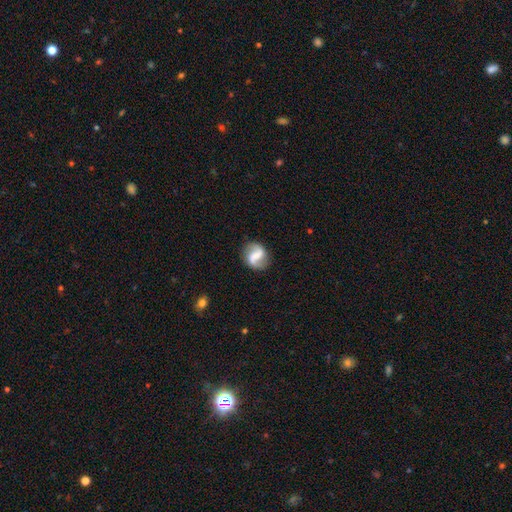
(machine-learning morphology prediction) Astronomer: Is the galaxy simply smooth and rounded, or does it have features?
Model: featured or disk — 79%.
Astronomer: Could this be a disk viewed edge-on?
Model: no — 98%.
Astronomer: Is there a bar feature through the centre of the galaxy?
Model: weak — 42% (runner-up: strong, 39%).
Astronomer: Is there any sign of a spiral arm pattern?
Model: yes — 94%.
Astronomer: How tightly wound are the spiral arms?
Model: loose — 57% (runner-up: medium, 33%).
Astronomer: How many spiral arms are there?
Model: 2 — 91%.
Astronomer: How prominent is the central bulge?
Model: small — 31% (runner-up: none, 30%).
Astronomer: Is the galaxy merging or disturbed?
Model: none — 83%.